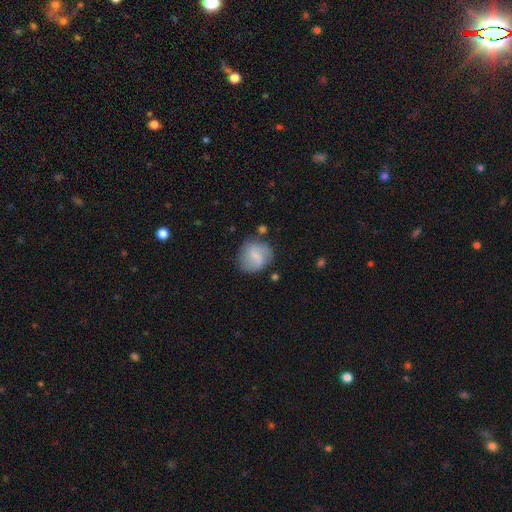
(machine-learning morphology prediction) smooth_or_featured: smooth (p=0.55) [alt: featured or disk p=0.37]
how_rounded: round (p=0.80) [alt: in between p=0.19]
merging: none (p=0.67) [alt: minor disturbance p=0.20]